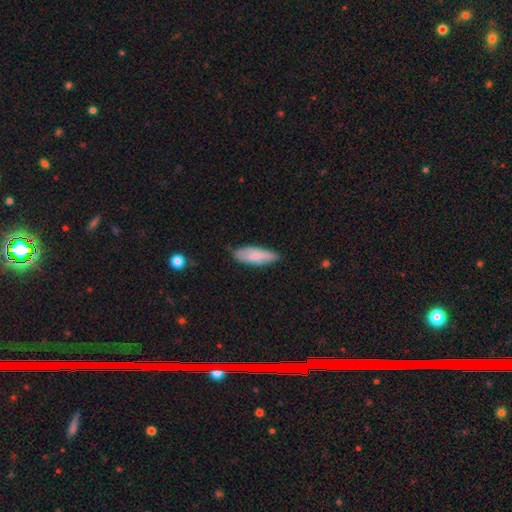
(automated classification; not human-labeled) Smooth or featured?
  - smooth: 69% *
  - featured or disk: 25%
  - star or artifact: 6%
How rounded?
  - in between: 59% *
  - cigar-shaped: 39%
  - round: 2%
Merging?
  - none: 72% *
  - minor disturbance: 22%
  - major disturbance: 4%
  - merger: 2%